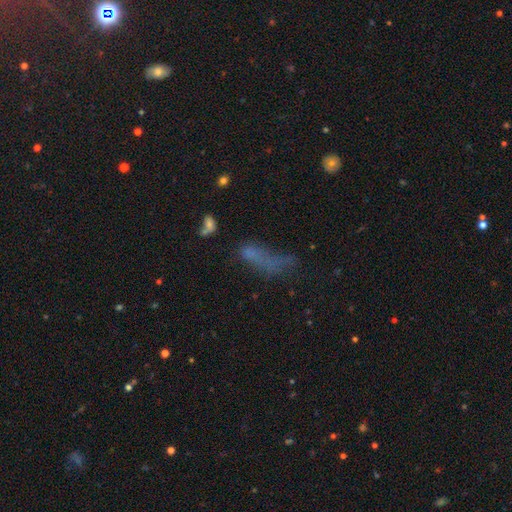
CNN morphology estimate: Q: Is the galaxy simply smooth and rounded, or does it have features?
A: smooth — 52%.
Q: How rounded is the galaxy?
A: in between — 51%.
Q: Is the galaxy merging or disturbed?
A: major disturbance — 43%.